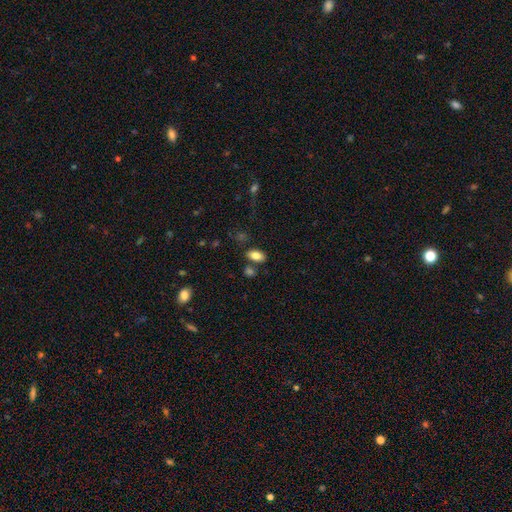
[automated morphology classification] type=smooth (84%); roundness=in between (92%); merging=none (76%).